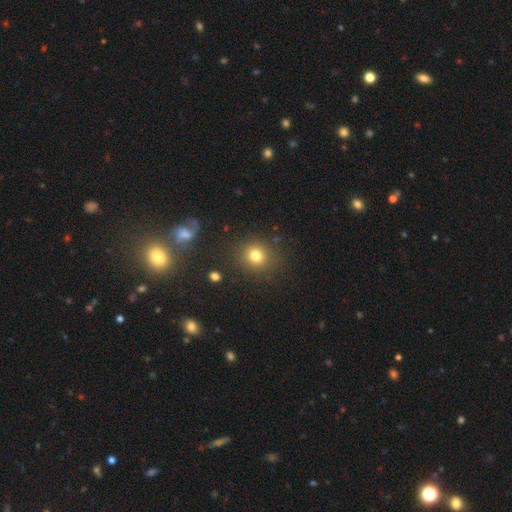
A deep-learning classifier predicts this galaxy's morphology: smooth 79%, star or artifact 14%, featured or disk 8%. Down the decision tree: how rounded — round (88%); merging — none (86%).